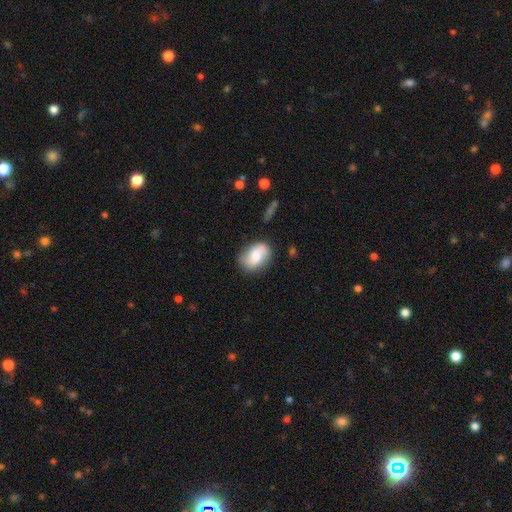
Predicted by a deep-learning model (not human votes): This appears to be a smooth galaxy with no disk features (52%) that is in between round and cigar-shaped (76%). Merging: none (75%).